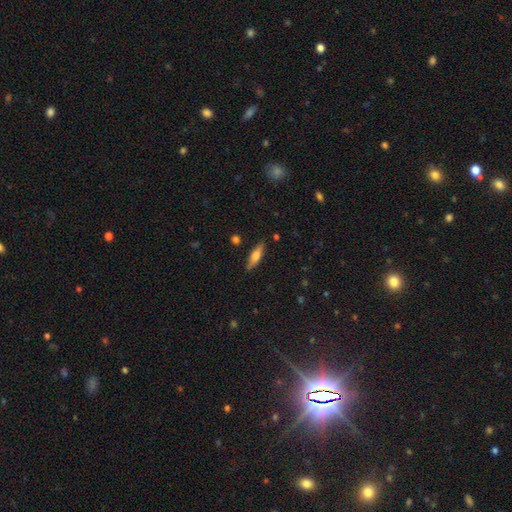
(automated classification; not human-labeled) Smooth or featured?
  - smooth: 52% *
  - featured or disk: 41%
  - star or artifact: 7%
How rounded?
  - cigar-shaped: 66% *
  - in between: 32%
  - round: 2%
Merging?
  - none: 87% *
  - minor disturbance: 10%
  - major disturbance: 2%
  - merger: 1%